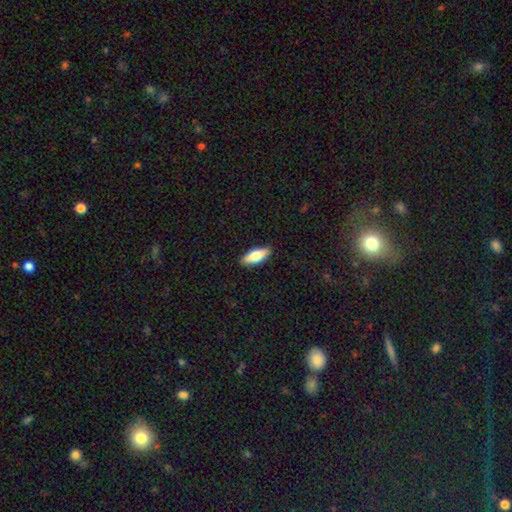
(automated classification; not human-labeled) Morphology: type=smooth (71%); roundness=in between (64%); merging=none (89%).